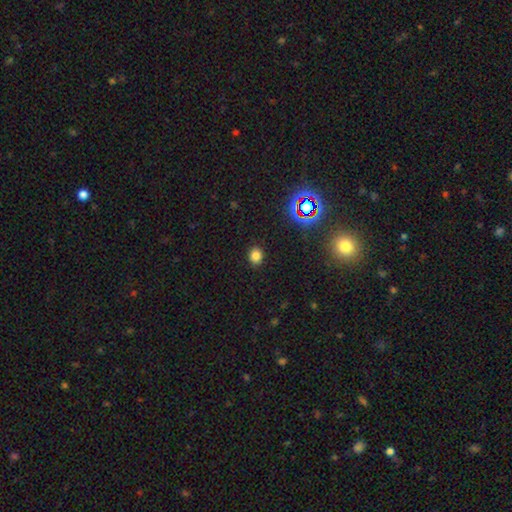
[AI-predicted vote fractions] Overall: smooth (79%). How rounded: round (67%; in between 32%). Merging: none (90%).